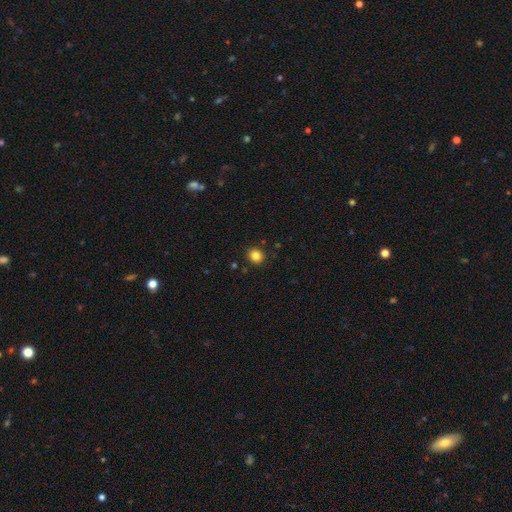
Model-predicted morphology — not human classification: type=smooth (84%); roundness=round (83%); merging=none (91%).